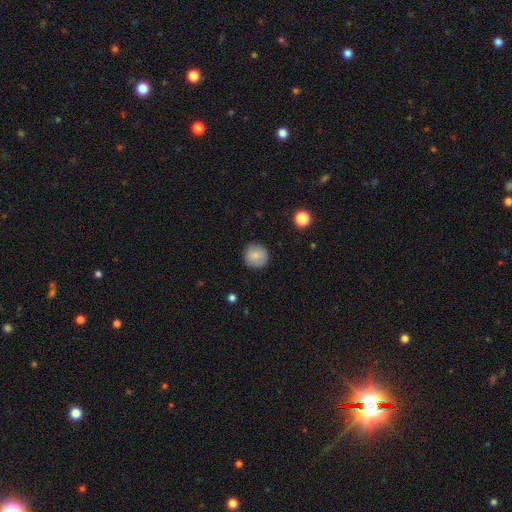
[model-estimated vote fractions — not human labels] smooth 81%, featured or disk 11%, star or artifact 8%. Down the decision tree: how rounded — round (93%); merging — none (88%).